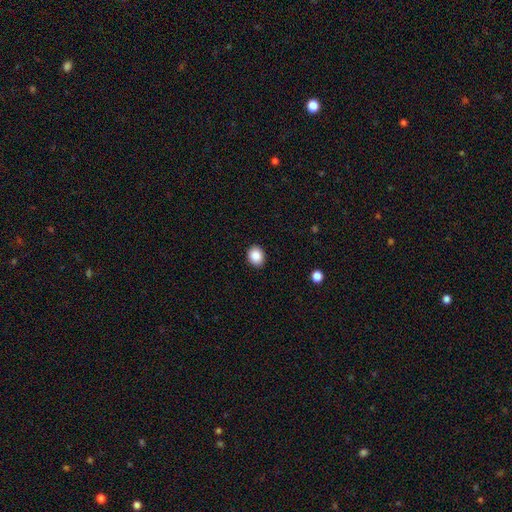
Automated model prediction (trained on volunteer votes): Smooth or featured?
  - smooth: 88% *
  - star or artifact: 9%
  - featured or disk: 3%
How rounded?
  - in between: 50% *
  - round: 49%
  - cigar-shaped: 1%
Merging?
  - none: 89% *
  - minor disturbance: 8%
  - major disturbance: 2%
  - merger: 1%